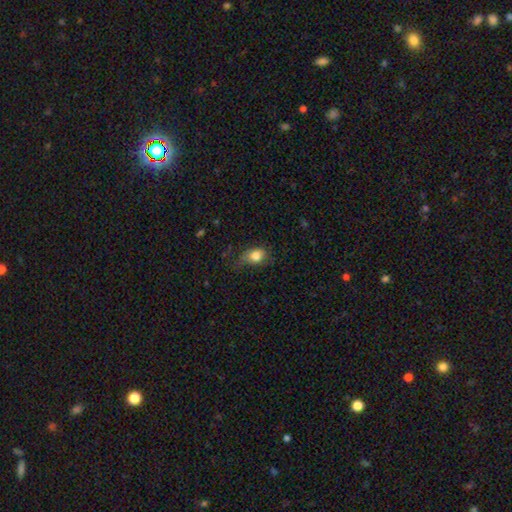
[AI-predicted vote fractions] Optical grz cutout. It shows a smooth galaxy with no disk features (81%) that is in between round and cigar-shaped (70%). Merging: none (43%).